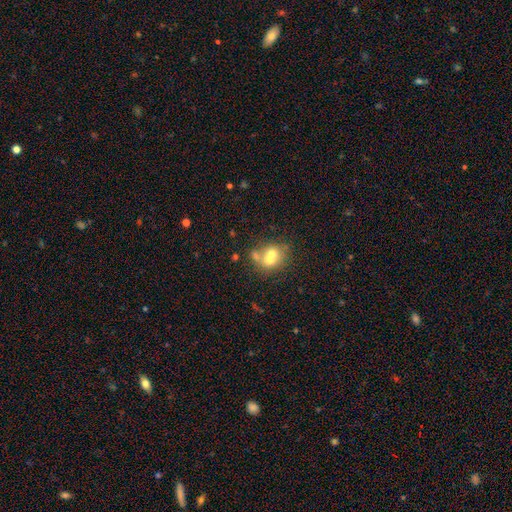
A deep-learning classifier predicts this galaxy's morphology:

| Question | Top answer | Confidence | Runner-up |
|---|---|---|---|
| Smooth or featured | smooth | 59% | featured or disk (27%) |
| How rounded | round | 60% | in between (39%) |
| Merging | merger | 56% | none (31%) |